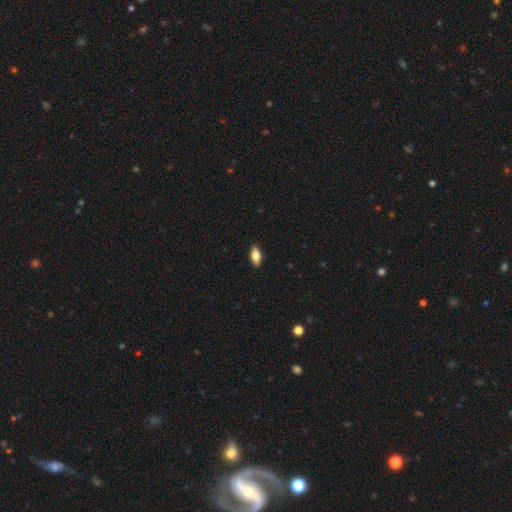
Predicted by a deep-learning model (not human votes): Smooth or featured?
  - smooth: 81% *
  - featured or disk: 13%
  - star or artifact: 7%
How rounded?
  - in between: 86% *
  - cigar-shaped: 11%
  - round: 3%
Merging?
  - none: 89% *
  - minor disturbance: 8%
  - major disturbance: 2%
  - merger: 1%